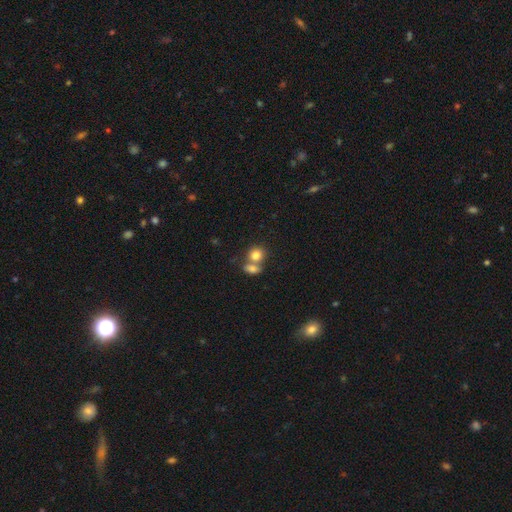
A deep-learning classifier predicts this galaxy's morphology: smooth_or_featured: smooth (p=0.81) [alt: featured or disk p=0.09]
how_rounded: round (p=0.67) [alt: in between p=0.32]
merging: merger (p=0.51) [alt: none p=0.38]